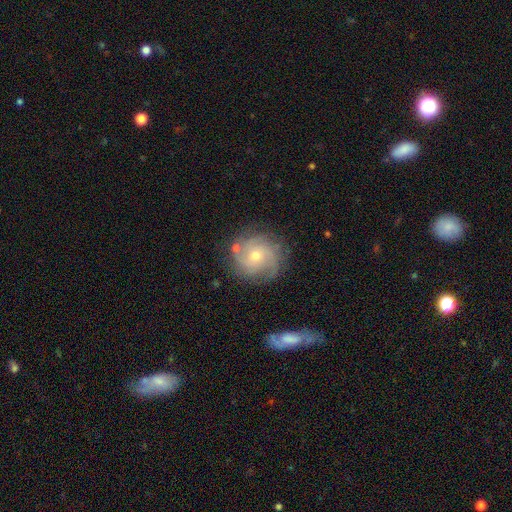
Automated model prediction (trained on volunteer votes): A featured or disk galaxy (72%) with no bar (76%), can't tell (28%, tied with 3) tight (54%) spiral arms (91%) and a small central bulge (49%).

Vote fractions:
- Smooth or featured? featured or disk: 72% / smooth: 19% / star or artifact: 9%
- Edge-on disk? no: 97% / yes: 3%
- Bar? no: 76% / weak: 21% / strong: 3%
- Spiral arms? yes: 91% / no: 9%
- Spiral winding? tight: 54% / medium: 35% / loose: 12%
- Spiral arm count? can't tell: 28% (tied) / 3: 28% (tied) / 2: 20% / 4: 14% / more than 4: 6% / 1: 5%
- Bulge size? small: 49% / moderate: 47% / large: 2% / none: 1% / dominant: 1%
- Merging? none: 76% / minor disturbance: 14% / major disturbance: 5% / merger: 4%